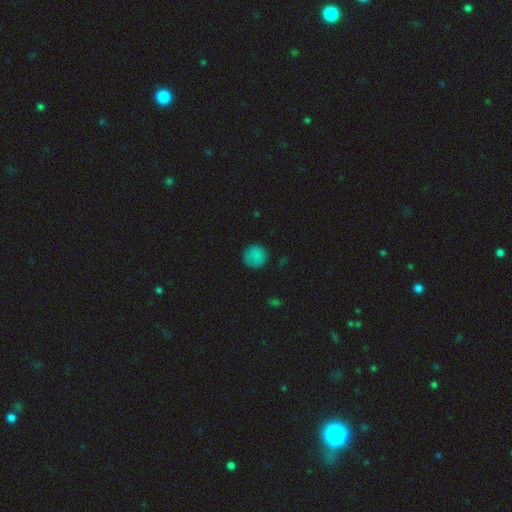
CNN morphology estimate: smooth_or_featured: smooth (p=0.84) [alt: star or artifact p=0.11]
how_rounded: round (p=0.94) [alt: in between p=0.05]
merging: none (p=0.87) [alt: minor disturbance p=0.10]